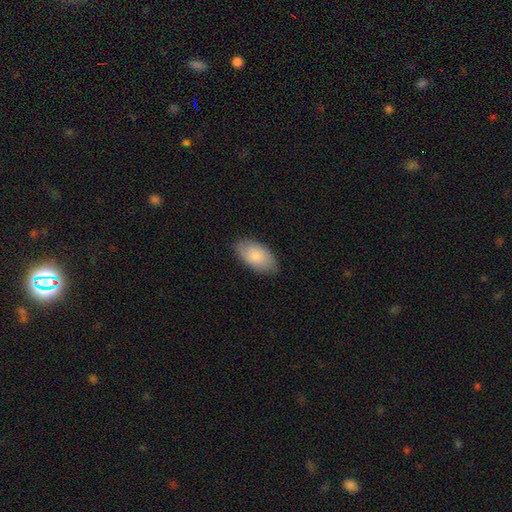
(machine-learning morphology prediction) A smooth galaxy with no disk features (83%) that is in between round and cigar-shaped (95%). Merging: none (84%).